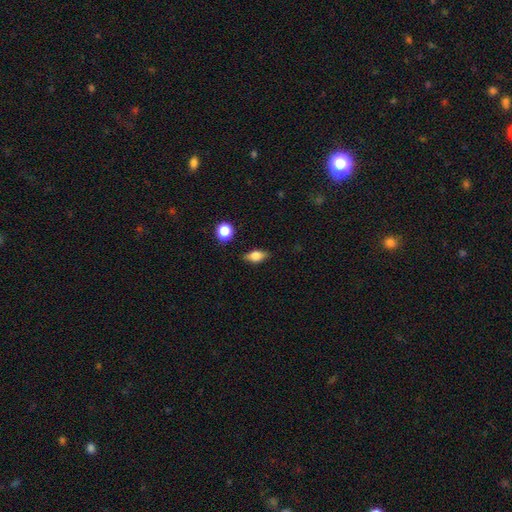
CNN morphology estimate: Overall: smooth (64%; featured or disk 27%). How rounded: in between (74%). Merging: none (82%).